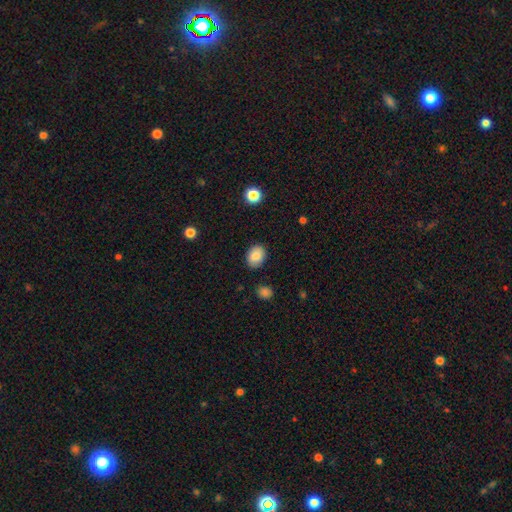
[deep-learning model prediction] smooth-or-featured: smooth: 86% | star or artifact: 8% | featured or disk: 6%
  how-rounded: in between: 65% | round: 34% | cigar-shaped: 1%
  merging: none: 86% | minor disturbance: 10% | major disturbance: 3% | merger: 2%